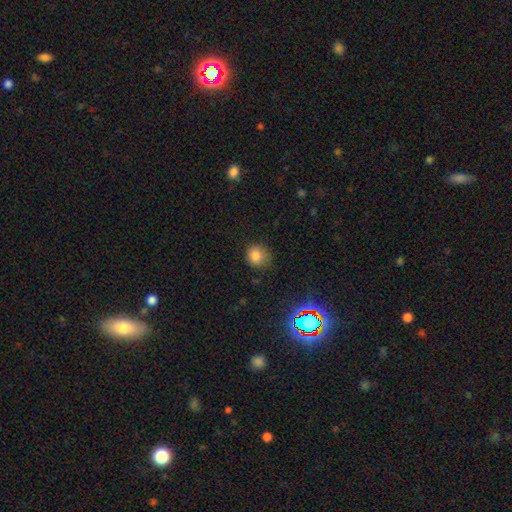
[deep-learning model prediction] Morphology: type=smooth (81%); roundness=round (85%); merging=none (75%).